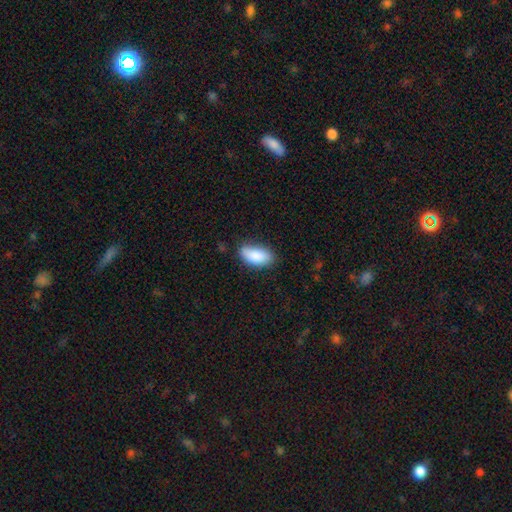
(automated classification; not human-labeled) Overall: smooth (86%). How rounded: in between (92%). Merging: none (71%).